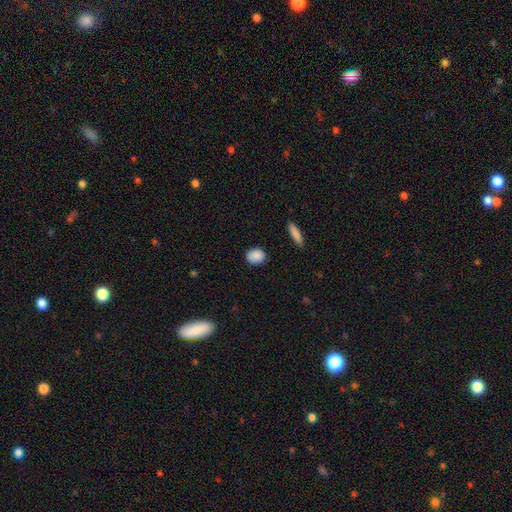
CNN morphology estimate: The model was most divided on "how rounded": in between: 52%, round: 46%, cigar-shaped: 2%. More confident: smooth or featured — smooth (89%); merging — none (88%).